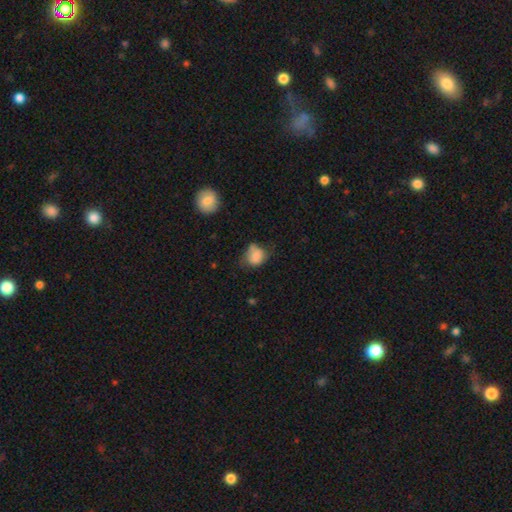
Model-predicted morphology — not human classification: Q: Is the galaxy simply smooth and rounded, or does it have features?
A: smooth — 76%.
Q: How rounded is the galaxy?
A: in between — 50%.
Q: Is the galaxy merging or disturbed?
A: none — 40%.